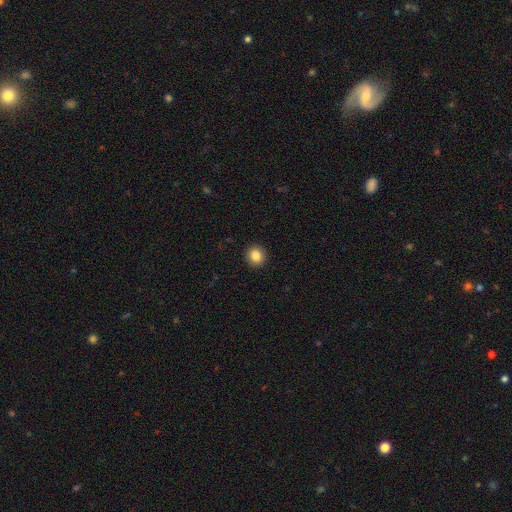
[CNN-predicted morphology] This is clearly a smooth galaxy (86%). How rounded: clearly round (90%). Merging: clearly none (93%).